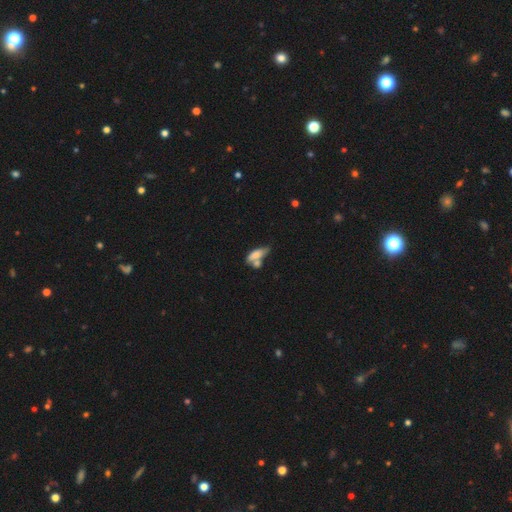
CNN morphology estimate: Smooth or featured? smooth (67%)
How rounded? in between (67%)
Merging? merger (44%)